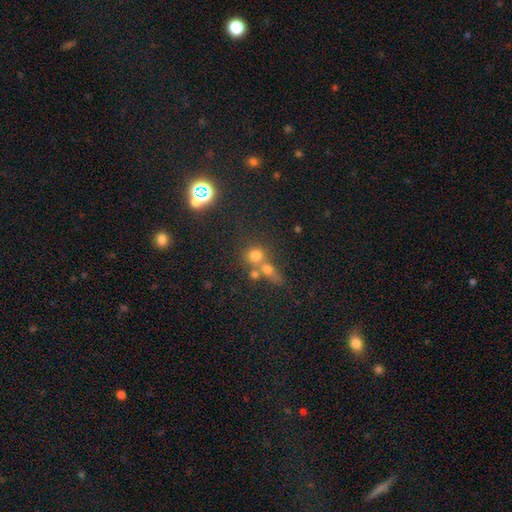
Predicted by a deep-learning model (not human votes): smooth 63%, star or artifact 22%, featured or disk 15%. Down the decision tree: how rounded — round (84%); merging — merger (45%).